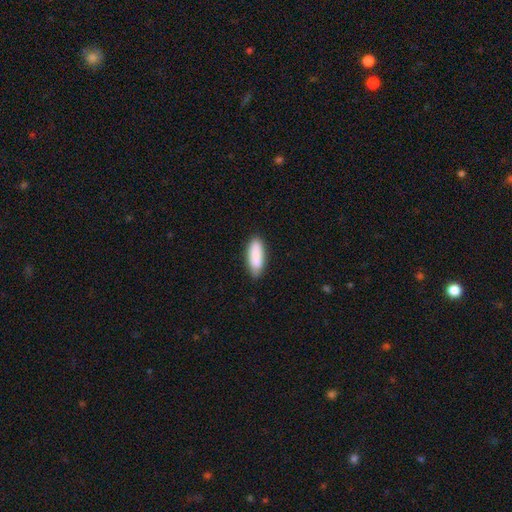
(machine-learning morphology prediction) This is clearly a smooth galaxy (88%). How rounded: likely in between (66%). Merging: clearly none (83%).